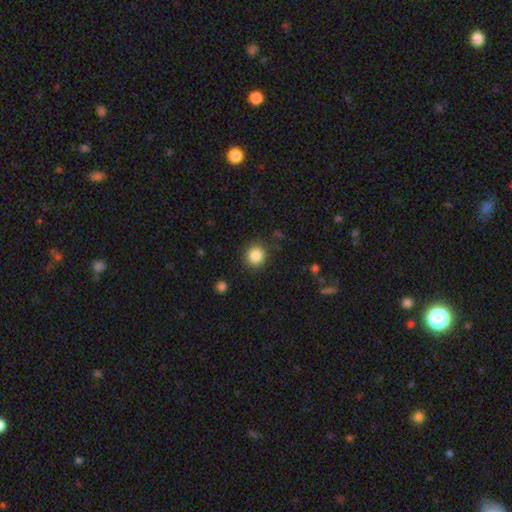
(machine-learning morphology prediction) Smooth or featured: smooth — 86% (star or artifact — 10%)
How rounded: round — 88% (in between — 11%)
Merging: none — 88% (minor disturbance — 8%)